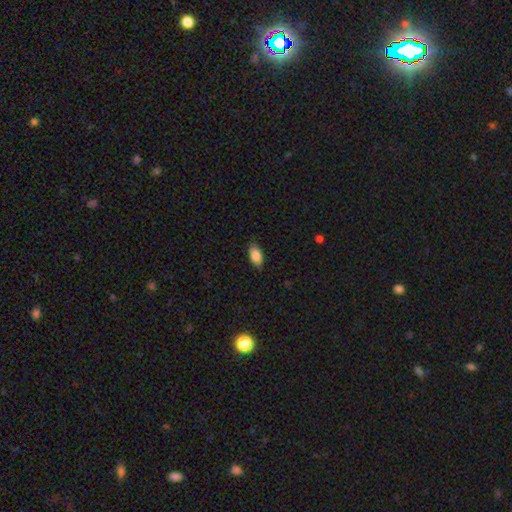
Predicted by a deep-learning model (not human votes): This appears to be a smooth galaxy with no disk features (86%) that is in between round and cigar-shaped (91%). Merging: none (83%).